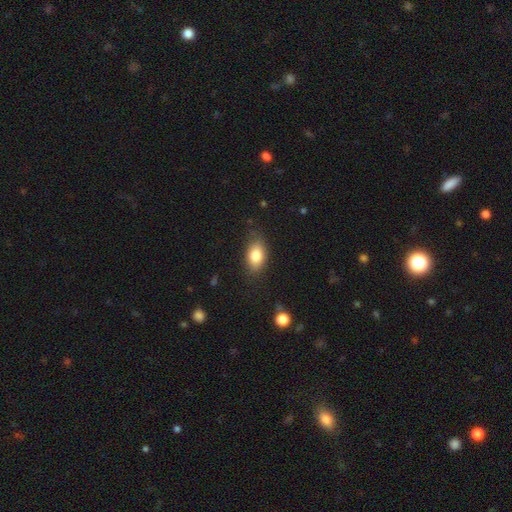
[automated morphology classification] type=smooth (81%); roundness=in between (88%); merging=none (77%).